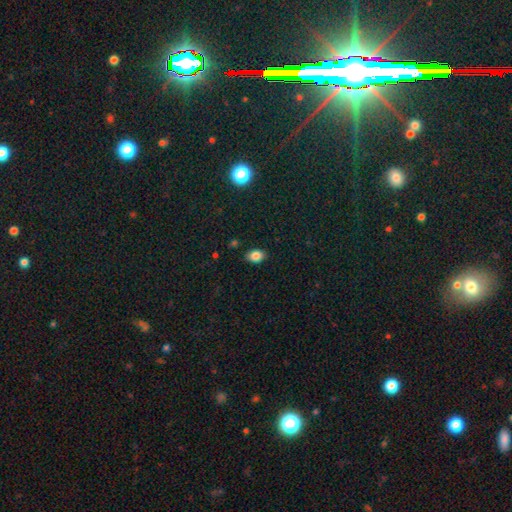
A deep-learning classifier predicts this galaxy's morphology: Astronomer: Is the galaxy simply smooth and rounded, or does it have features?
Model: smooth — 83%.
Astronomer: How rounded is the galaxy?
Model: in between — 77%.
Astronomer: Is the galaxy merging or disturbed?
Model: none — 86%.